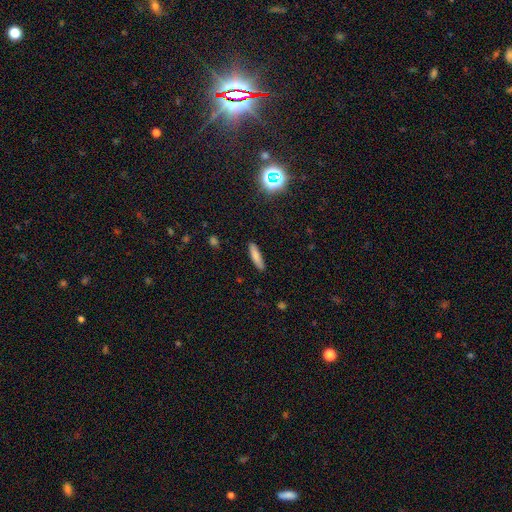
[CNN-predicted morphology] smooth-or-featured: smooth: 80% | featured or disk: 11% | star or artifact: 9%
  how-rounded: cigar-shaped: 76% | in between: 22% | round: 2%
  merging: none: 88% | minor disturbance: 9% | major disturbance: 2% | merger: 1%